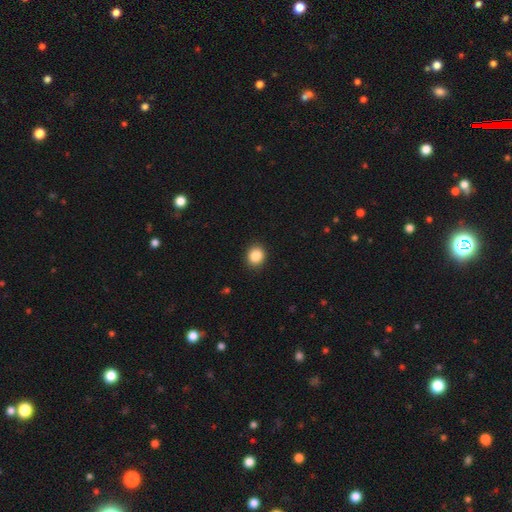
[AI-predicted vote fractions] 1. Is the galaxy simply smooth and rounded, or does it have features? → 87% smooth, 10% star or artifact, 4% featured or disk.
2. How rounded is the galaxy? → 74% round, 25% in between, 1% cigar-shaped.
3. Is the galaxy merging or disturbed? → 90% none, 7% minor disturbance, 2% major disturbance, 1% merger.